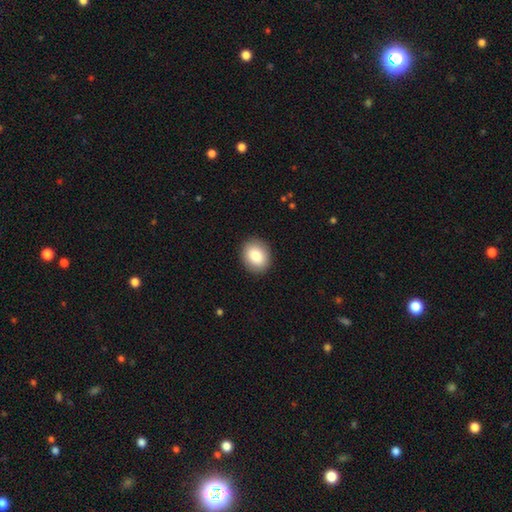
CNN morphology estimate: Q: Smooth or featured?
A: smooth (84%); runner-up: featured or disk (8%)
Q: How rounded?
A: round (50%); runner-up: in between (49%)
Q: Merging?
A: none (90%); runner-up: minor disturbance (7%)